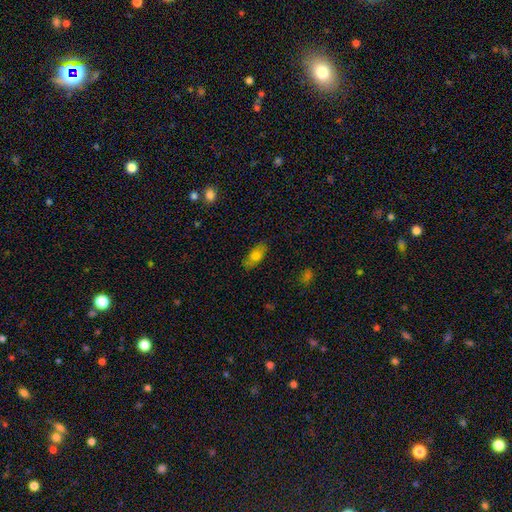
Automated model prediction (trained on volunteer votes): This appears to be a smooth galaxy with no disk features (75%) that is in between round and cigar-shaped (83%). Merging: none (80%).